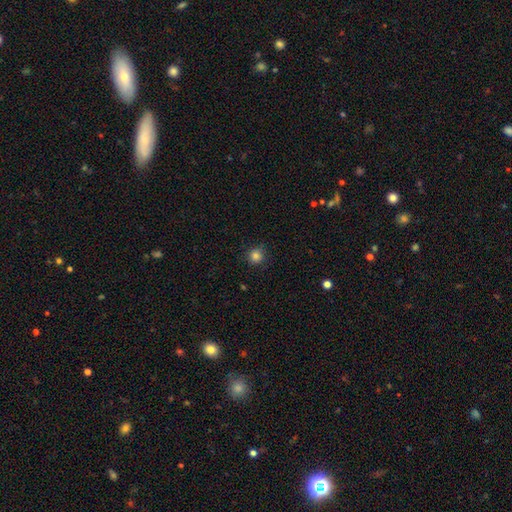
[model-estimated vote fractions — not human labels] Smooth or featured? smooth (83%)
How rounded? round (93%)
Merging? none (88%)